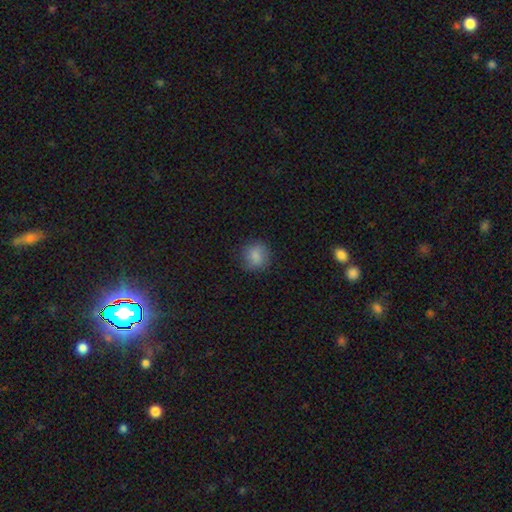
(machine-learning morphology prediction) A smooth galaxy with no disk features (85%) that is round (87%). Merging: none (82%).